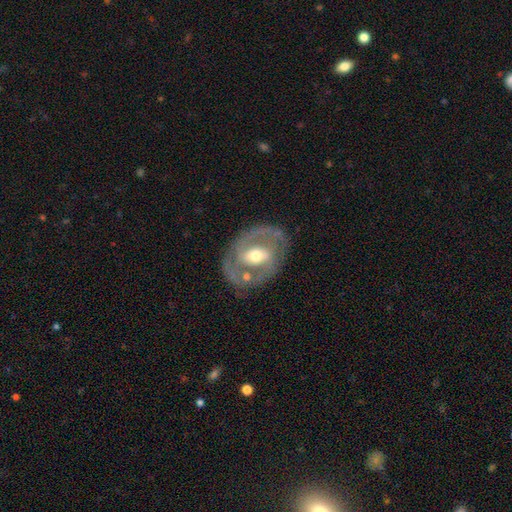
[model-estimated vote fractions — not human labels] The model was most divided on "bar": weak: 41%, no: 30%, strong: 29%. Remaining: edge-on disk — no (96%); spiral arm count — 2 (82%); smooth or featured — featured or disk (79%); merging — none (75%); spiral arms — yes (72%); bulge size — moderate (66%); spiral winding — medium (48%).